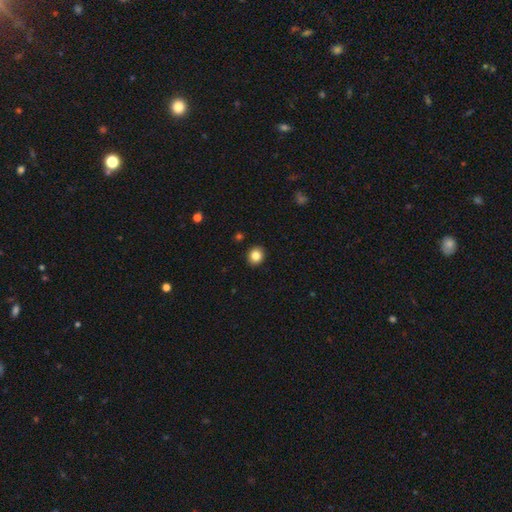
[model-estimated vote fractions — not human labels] A smooth galaxy with no disk features (84%) that is round (78%).

Vote fractions:
- Smooth or featured? smooth: 84% / star or artifact: 10% / featured or disk: 6%
- How rounded? round: 78% / in between: 22% / cigar-shaped: 1%
- Merging? none: 92% / minor disturbance: 5% / major disturbance: 1% / merger: 1%